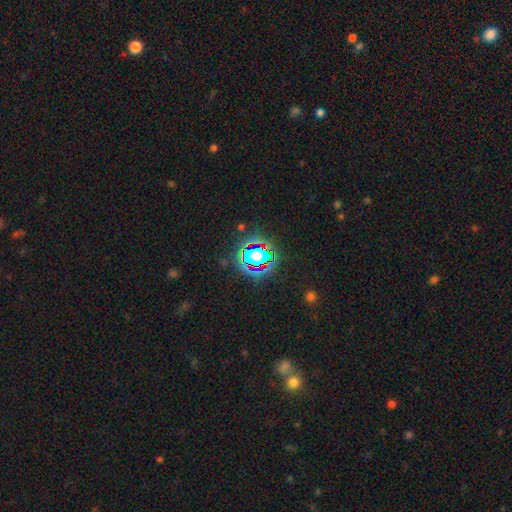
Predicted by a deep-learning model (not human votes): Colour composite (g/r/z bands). It shows a star or artifact, not a galaxy (61%).